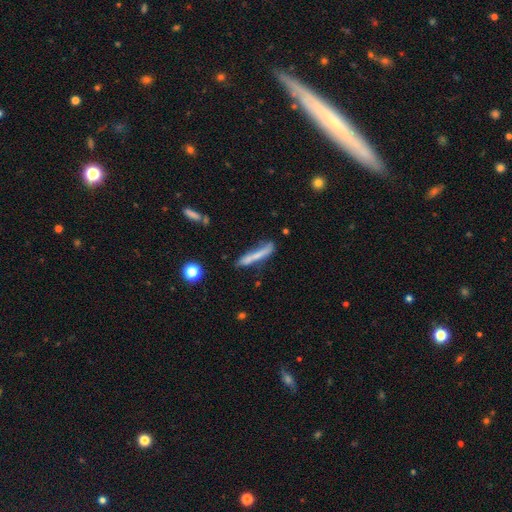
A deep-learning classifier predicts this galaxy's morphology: smooth_or_featured: smooth (p=0.61) [alt: featured or disk p=0.32]
how_rounded: cigar-shaped (p=0.93) [alt: in between p=0.06]
merging: none (p=0.59) [alt: minor disturbance p=0.25]